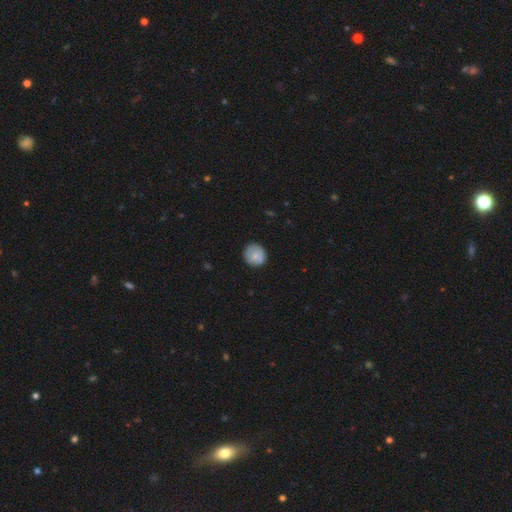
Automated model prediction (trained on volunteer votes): Q: Smooth or featured?
A: smooth (71%); runner-up: featured or disk (21%)
Q: How rounded?
A: round (88%); runner-up: in between (11%)
Q: Merging?
A: none (78%); runner-up: minor disturbance (17%)